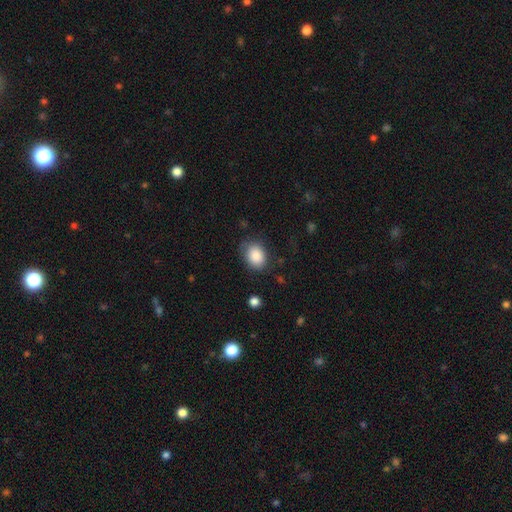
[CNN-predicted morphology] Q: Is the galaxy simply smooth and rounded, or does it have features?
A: smooth — 88%.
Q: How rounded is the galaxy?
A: in between — 56%.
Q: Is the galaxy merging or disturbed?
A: none — 75%.